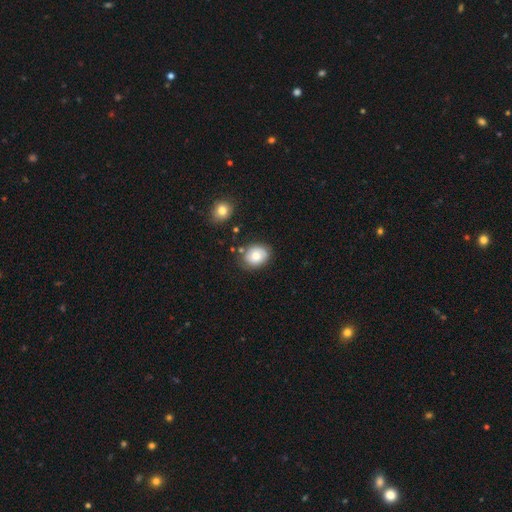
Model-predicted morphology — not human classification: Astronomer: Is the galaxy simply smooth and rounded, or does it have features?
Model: smooth — 71%.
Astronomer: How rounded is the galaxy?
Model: round — 50%, tied with in between at 50%.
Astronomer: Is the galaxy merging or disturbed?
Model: none — 74%.